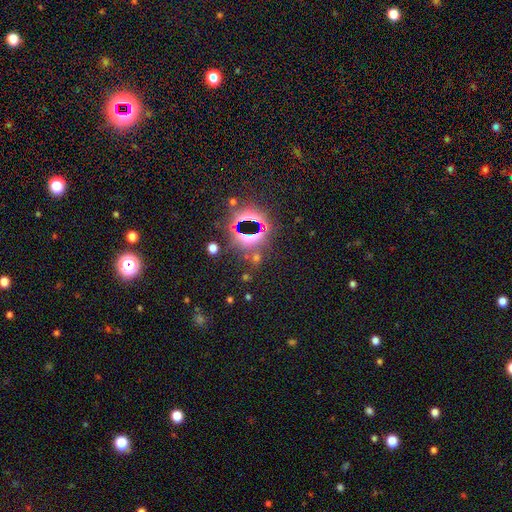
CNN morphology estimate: Q: Smooth or featured?
A: star or artifact (70%); runner-up: smooth (19%)